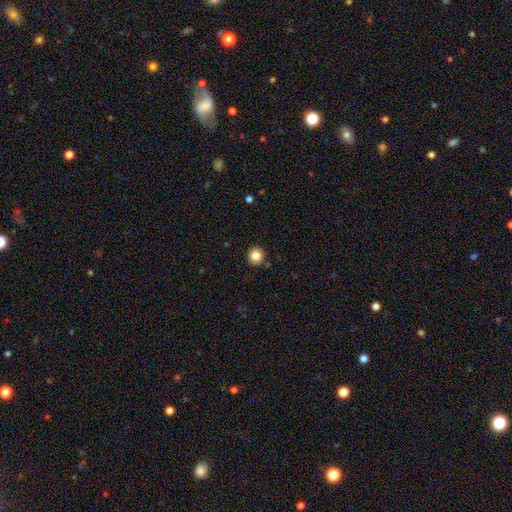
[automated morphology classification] This appears to be a smooth galaxy with no disk features (84%) that is round (95%). Merging: none (92%).